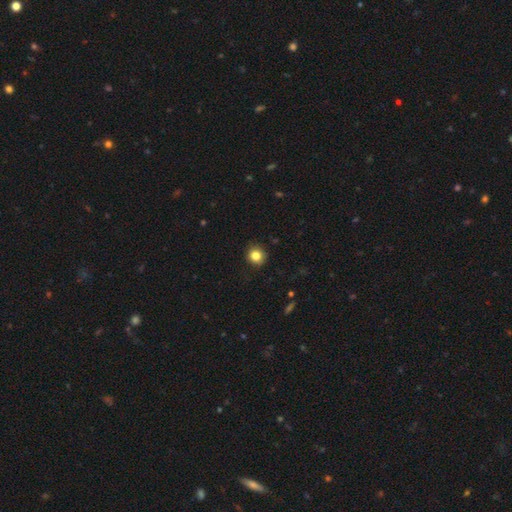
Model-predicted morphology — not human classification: Smooth or featured? Predicted: smooth (p=0.84). How rounded? Predicted: round (p=0.89). Merging? Predicted: none (p=0.89).